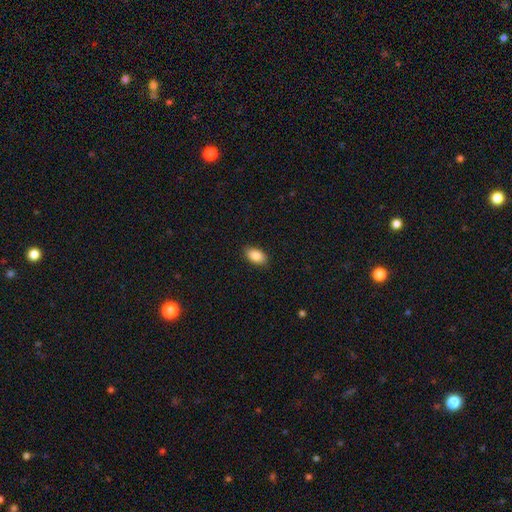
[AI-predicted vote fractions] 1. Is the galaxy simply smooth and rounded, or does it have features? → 88% smooth, 7% star or artifact, 5% featured or disk.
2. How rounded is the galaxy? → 92% in between, 6% round, 2% cigar-shaped.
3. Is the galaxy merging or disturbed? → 88% none, 9% minor disturbance, 2% major disturbance, 1% merger.